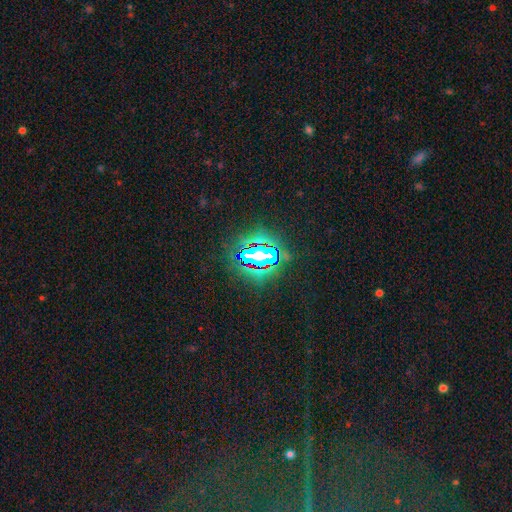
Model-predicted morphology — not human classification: smooth_or_featured: star or artifact (p=0.83) [alt: smooth p=0.10]